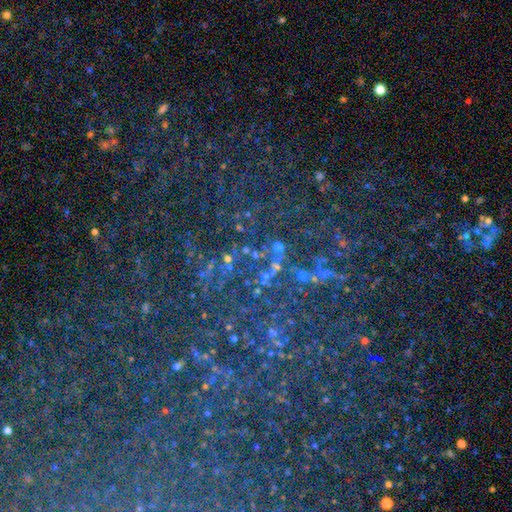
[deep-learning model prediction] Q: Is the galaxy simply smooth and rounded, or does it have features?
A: star or artifact — 82%.